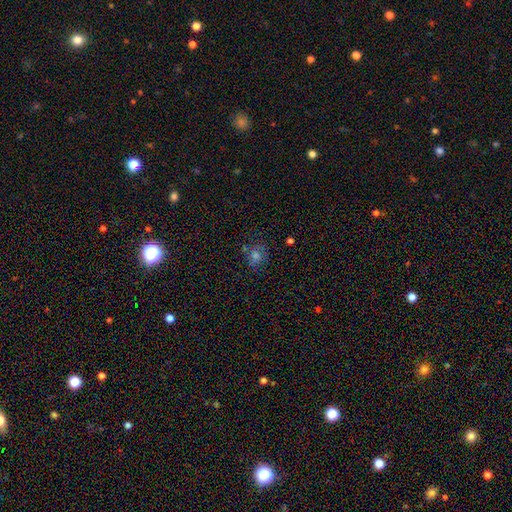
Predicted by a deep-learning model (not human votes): smooth-or-featured: smooth: 51% | star or artifact: 32% | featured or disk: 17%
  how-rounded: round: 72% | in between: 26% | cigar-shaped: 1%
  merging: none: 73% | minor disturbance: 15% | merger: 6% | major disturbance: 5%